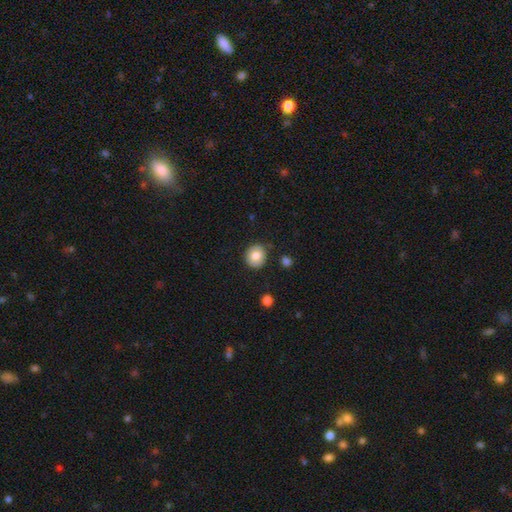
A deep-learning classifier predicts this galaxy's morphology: A smooth galaxy with no disk features (78%) that is round (78%). Merging: none (87%).